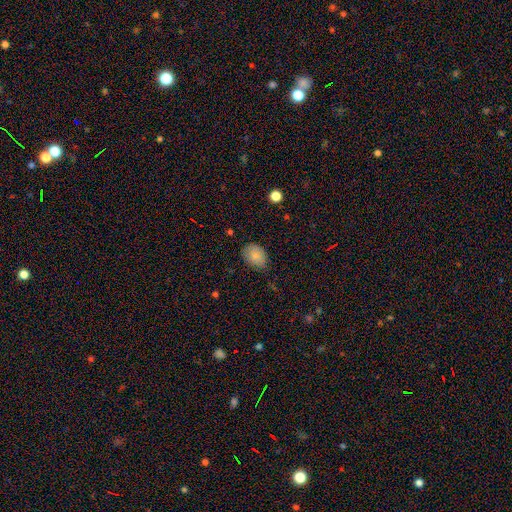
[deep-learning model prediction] A smooth galaxy with no disk features (83%) that is in between round and cigar-shaped (73%). Merging: none (72%).